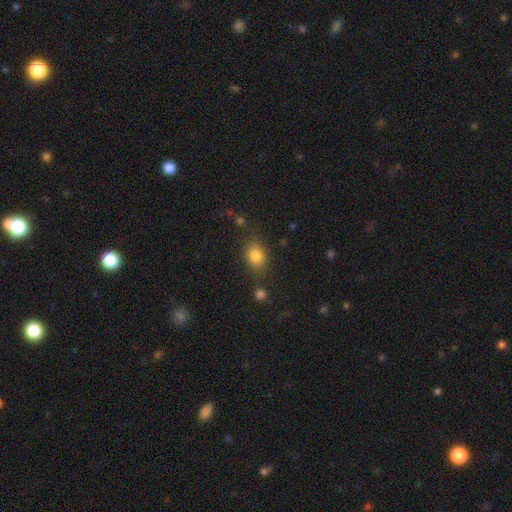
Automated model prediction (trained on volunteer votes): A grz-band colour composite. It shows a smooth galaxy with no disk features (82%) that is in between round and cigar-shaped (62%). Merging: none (72%).